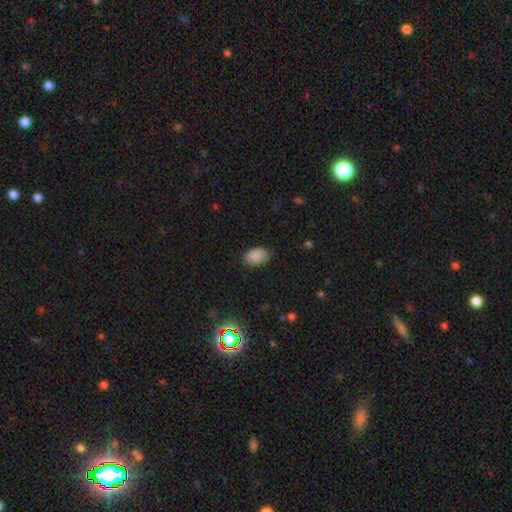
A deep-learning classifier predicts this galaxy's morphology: smooth-or-featured: smooth: 87% | star or artifact: 8% | featured or disk: 5%
  how-rounded: in between: 88% | round: 10% | cigar-shaped: 1%
  merging: none: 81% | minor disturbance: 15% | major disturbance: 3% | merger: 1%